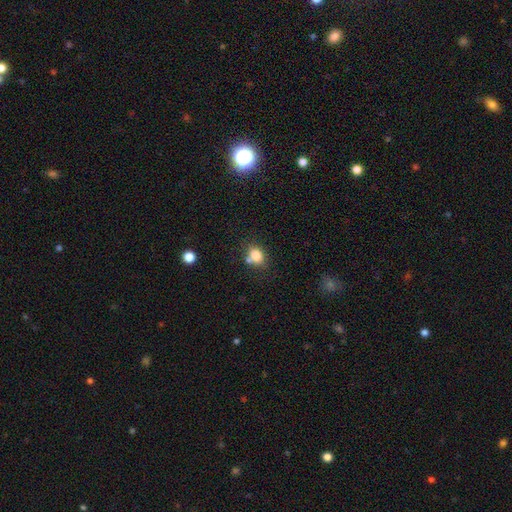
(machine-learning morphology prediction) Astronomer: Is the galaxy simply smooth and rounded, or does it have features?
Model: smooth — 80%.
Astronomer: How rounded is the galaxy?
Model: in between — 53% (runner-up: round, 46%).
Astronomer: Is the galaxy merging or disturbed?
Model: none — 61%.